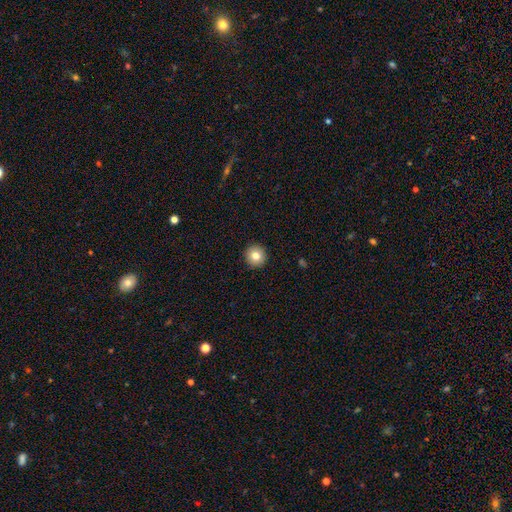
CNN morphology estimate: This appears to be a smooth galaxy with no disk features (81%) that is round (95%). Merging: none (93%).